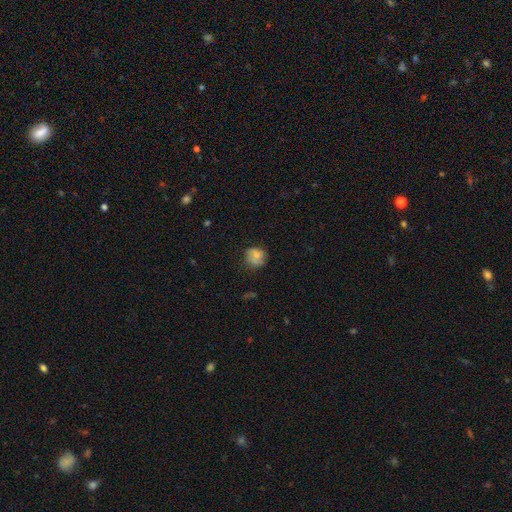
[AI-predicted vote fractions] smooth-or-featured: smooth: 63% | featured or disk: 27% | star or artifact: 10%
  how-rounded: round: 75% | in between: 24% | cigar-shaped: 1%
  merging: none: 58% | minor disturbance: 26% | major disturbance: 10% | merger: 6%